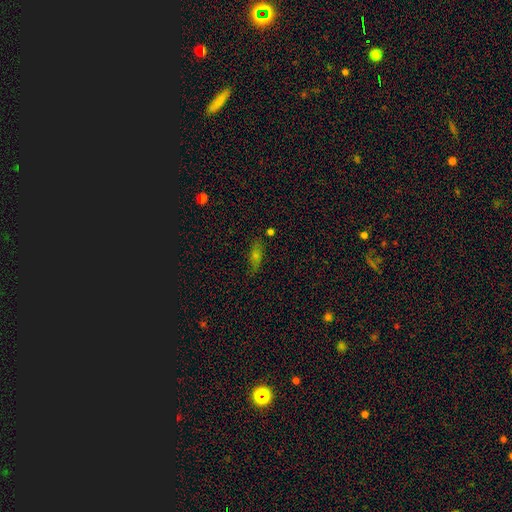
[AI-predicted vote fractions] The model was most divided on "smooth or featured": smooth: 45%, featured or disk: 31%, star or artifact: 24%. More confident: merging — none (76%).